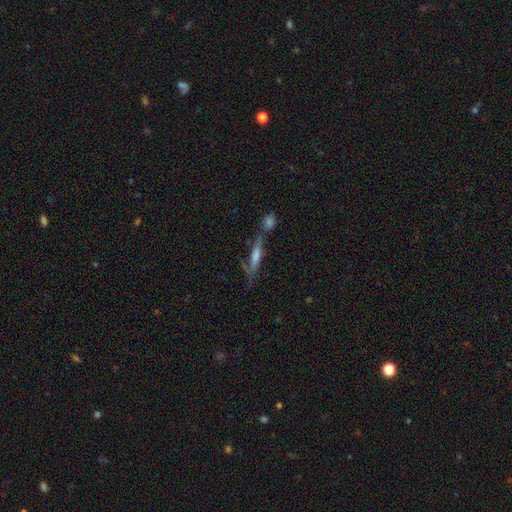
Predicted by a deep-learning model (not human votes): Q: Smooth or featured?
A: featured or disk (52%); runner-up: smooth (38%)
Q: Edge-on disk?
A: yes (78%); runner-up: no (22%)
Q: Merging?
A: none (49%); runner-up: merger (25%)